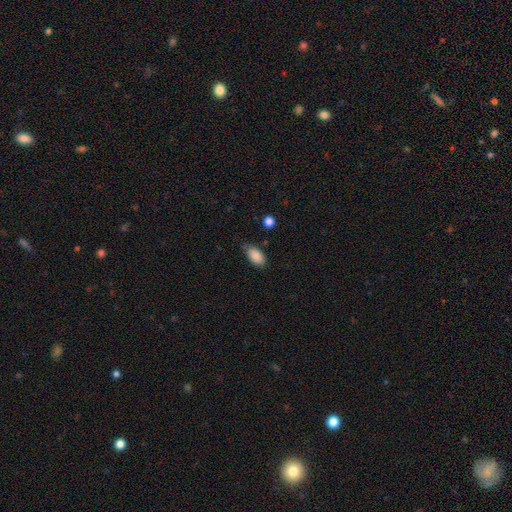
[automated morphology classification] This appears to be a smooth galaxy with no disk features (88%) that is in between round and cigar-shaped (93%). Merging: none (72%).